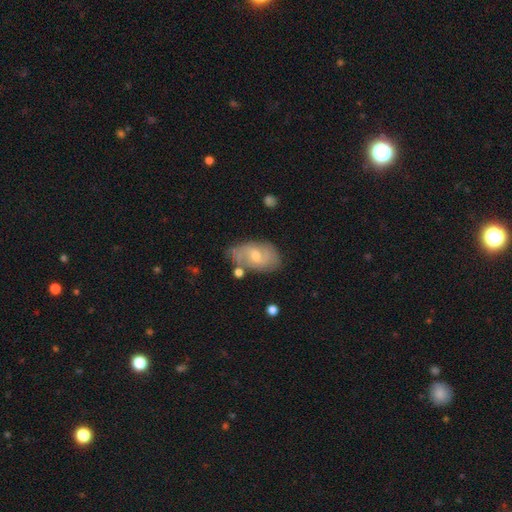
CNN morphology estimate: This appears to be a featured or disk galaxy (62%) with a weak bar (51%), spiral arms (81%) and a moderate central bulge (56%). Merging: none (63%).